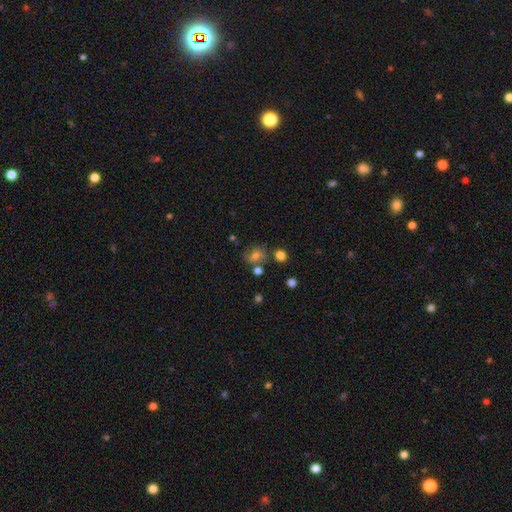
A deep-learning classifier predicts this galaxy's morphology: type=smooth (60%); roundness=round (58%); merging=none (62%).